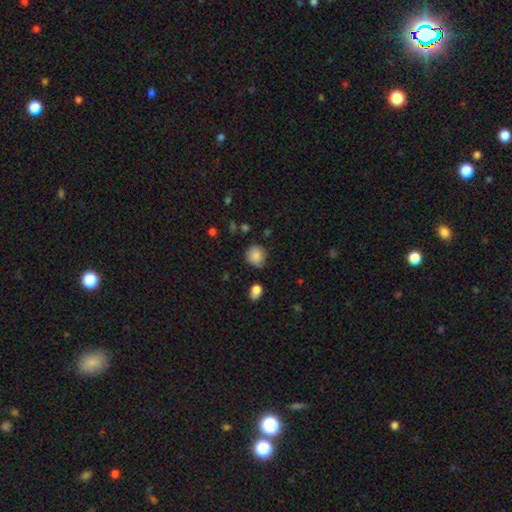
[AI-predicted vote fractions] smooth 85%, star or artifact 9%, featured or disk 6%. Down the decision tree: how rounded — round (83%); merging — none (81%).